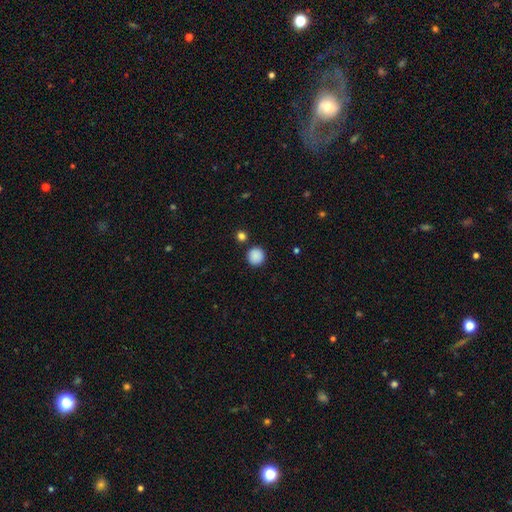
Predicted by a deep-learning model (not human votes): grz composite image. It shows a smooth galaxy with no disk features (88%) that is round (93%). Merging: none (88%).